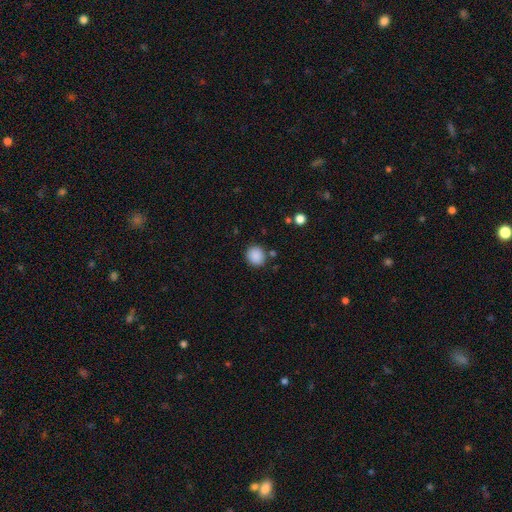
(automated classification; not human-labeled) Morphology: type=smooth (88%); roundness=round (83%); merging=none (84%).